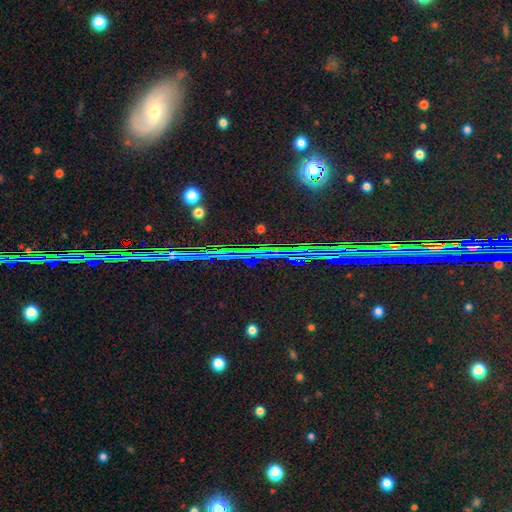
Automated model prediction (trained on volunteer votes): smooth_or_featured: star or artifact (p=0.81) [alt: smooth p=0.10]